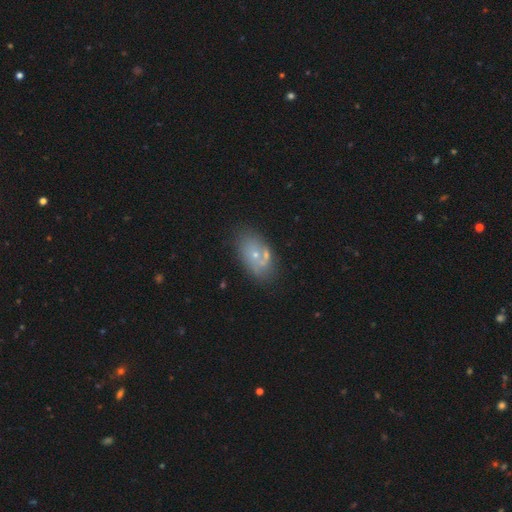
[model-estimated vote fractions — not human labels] The model was most divided on "smooth or featured": smooth: 48%, featured or disk: 38%, star or artifact: 14%. More confident: merging — none (55%).